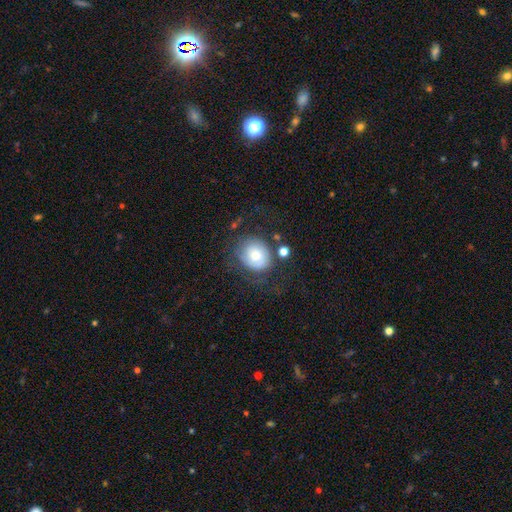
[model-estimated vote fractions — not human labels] Q: Smooth or featured?
A: smooth (66%); runner-up: featured or disk (24%)
Q: How rounded?
A: round (72%); runner-up: in between (27%)
Q: Merging?
A: none (57%); runner-up: minor disturbance (21%)